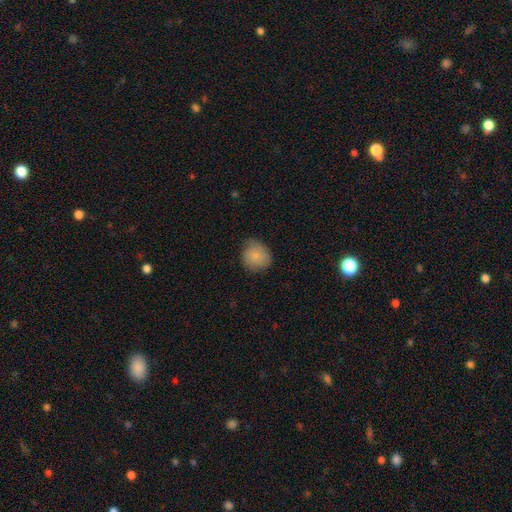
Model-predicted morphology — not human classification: A smooth galaxy with no disk features (83%) that is round (78%).

Vote fractions:
- Smooth or featured? smooth: 83% / featured or disk: 10% / star or artifact: 8%
- How rounded? round: 78% / in between: 21% / cigar-shaped: 1%
- Merging? none: 67% / minor disturbance: 27% / major disturbance: 5% / merger: 1%